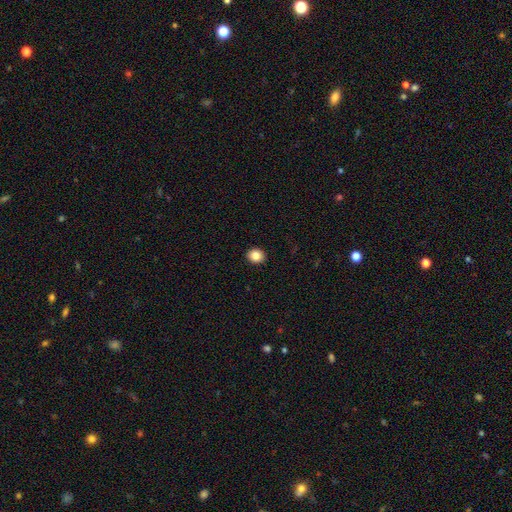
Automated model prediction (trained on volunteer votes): Smooth or featured: smooth — 85% (star or artifact — 10%)
How rounded: round — 69% (in between — 30%)
Merging: none — 92% (minor disturbance — 5%)